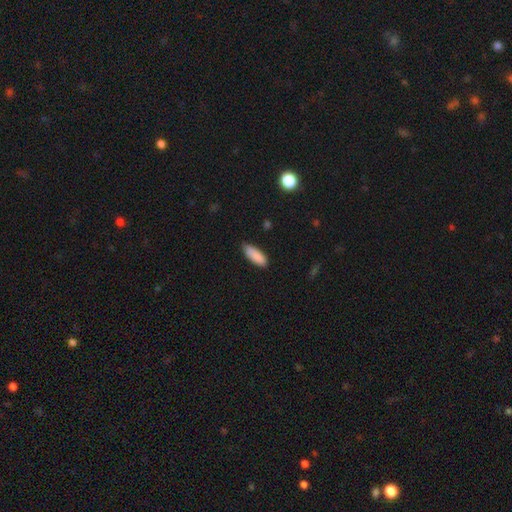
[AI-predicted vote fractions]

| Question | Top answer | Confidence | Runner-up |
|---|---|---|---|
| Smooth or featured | smooth | 89% | star or artifact (6%) |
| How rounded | in between | 68% | cigar-shaped (31%) |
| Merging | none | 79% | minor disturbance (17%) |